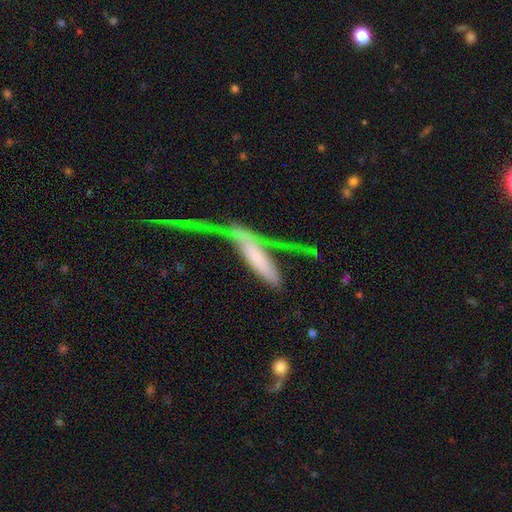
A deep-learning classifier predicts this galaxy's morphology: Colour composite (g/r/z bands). It shows a smooth galaxy with no disk features (47%). Merging: major disturbance (52%).